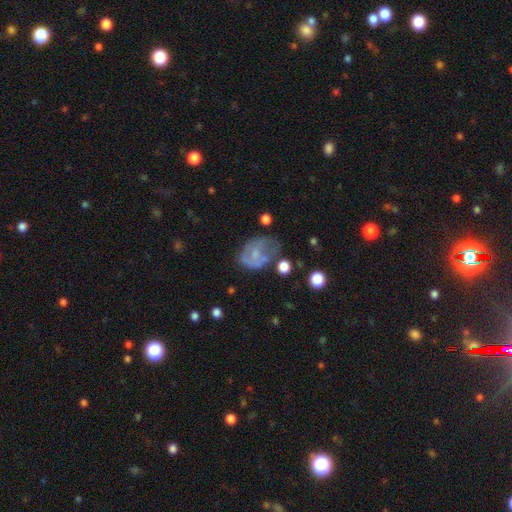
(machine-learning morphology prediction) This is possibly a featured or disk galaxy (48%). Merging: marginally none (35%).